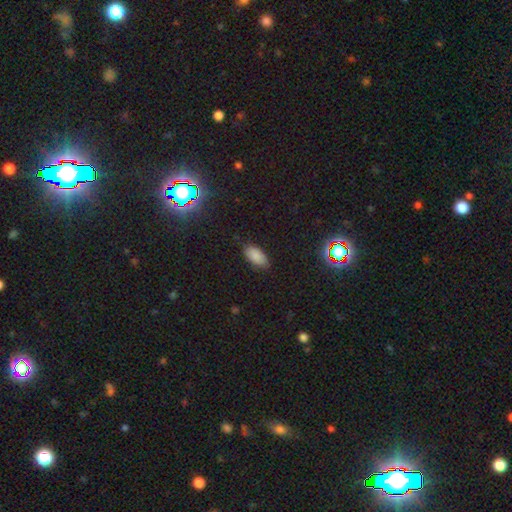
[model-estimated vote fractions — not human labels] Morphology: type=smooth (84%); roundness=in between (93%); merging=none (83%).